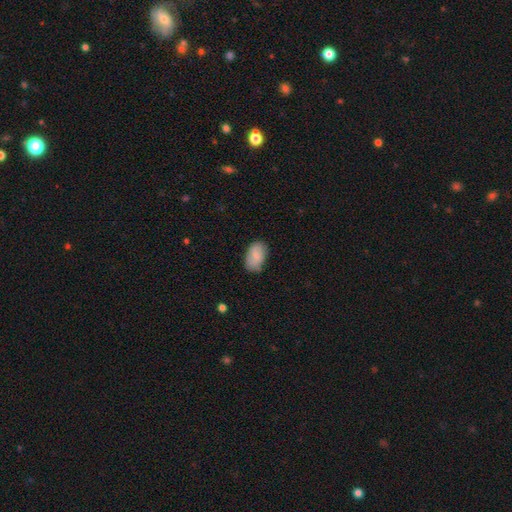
Morphology: type=smooth (67%); roundness=in between (92%); merging=none (59%).